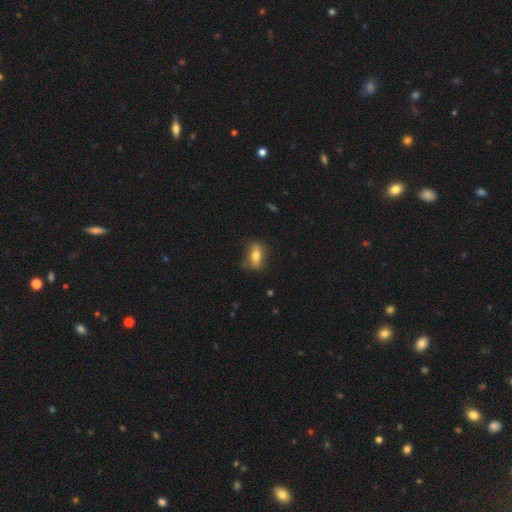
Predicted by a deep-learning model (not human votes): Smooth or featured? Predicted: smooth (p=0.64). How rounded? Predicted: in between (p=0.74). Merging? Predicted: none (p=0.73).